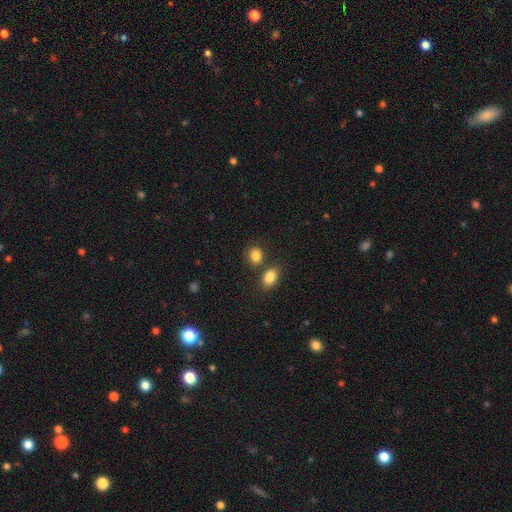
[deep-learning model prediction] smooth-or-featured: smooth: 85% | star or artifact: 9% | featured or disk: 6%
  how-rounded: round: 56% | in between: 43% | cigar-shaped: 1%
  merging: none: 66% | merger: 21% | minor disturbance: 10% | major disturbance: 3%